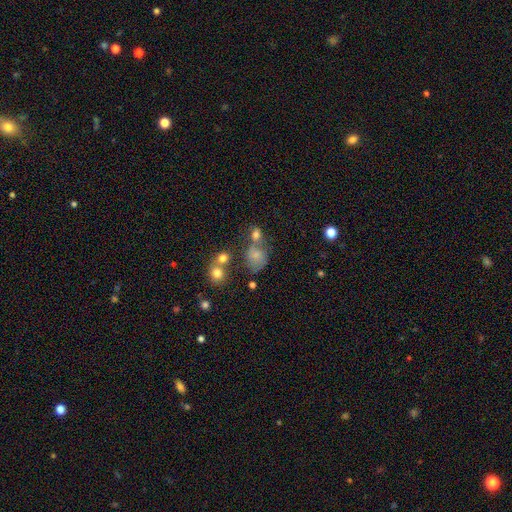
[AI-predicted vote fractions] A smooth galaxy with no disk features (67%) that is round (58%). Merging: none (38%).